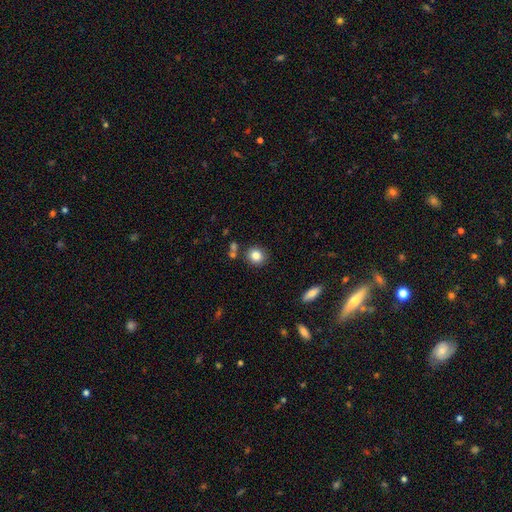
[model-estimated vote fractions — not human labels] This appears to be a smooth galaxy with no disk features (83%) that is round (82%). Merging: none (81%).